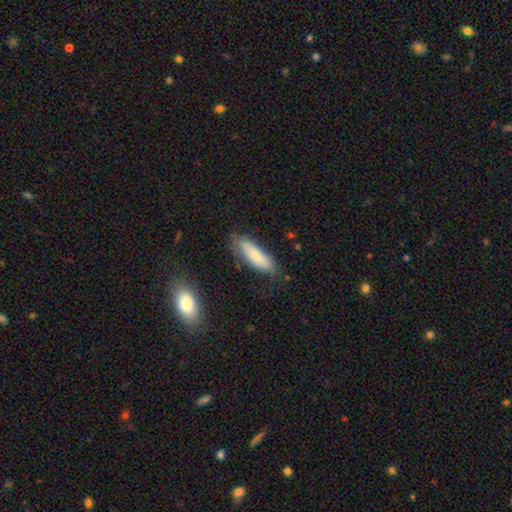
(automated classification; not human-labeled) This is likely a smooth galaxy (73%). How rounded: possibly in between (50%). Merging: likely none (70%).